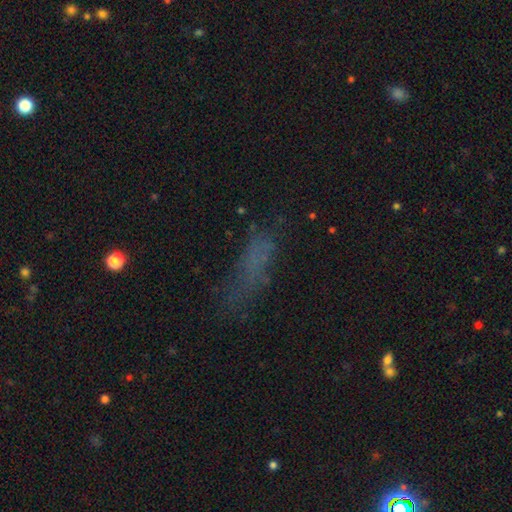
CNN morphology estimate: Smooth or featured: smooth — 55% (star or artifact — 24%)
How rounded: in between — 50% (cigar-shaped — 45%)
Merging: none — 51% (minor disturbance — 23%)